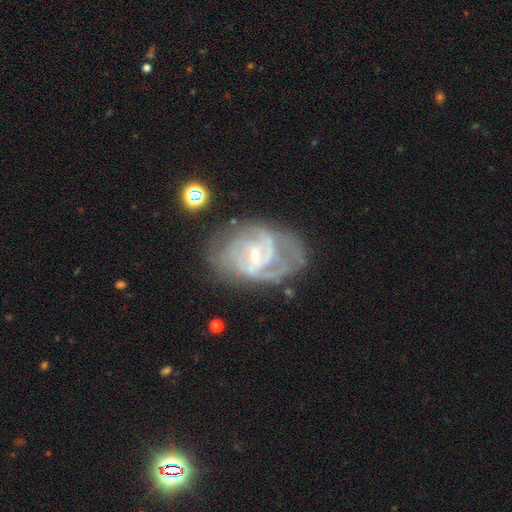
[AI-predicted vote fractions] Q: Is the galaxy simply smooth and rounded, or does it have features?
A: featured or disk — 83%.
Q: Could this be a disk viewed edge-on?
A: no — 97%.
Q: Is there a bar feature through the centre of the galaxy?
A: weak — 55%.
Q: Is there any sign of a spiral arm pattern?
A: yes — 87%.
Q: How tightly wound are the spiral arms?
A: tight — 46%.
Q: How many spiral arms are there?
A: can't tell — 36%.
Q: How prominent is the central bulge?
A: small — 58%.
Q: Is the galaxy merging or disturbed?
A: none — 51%.